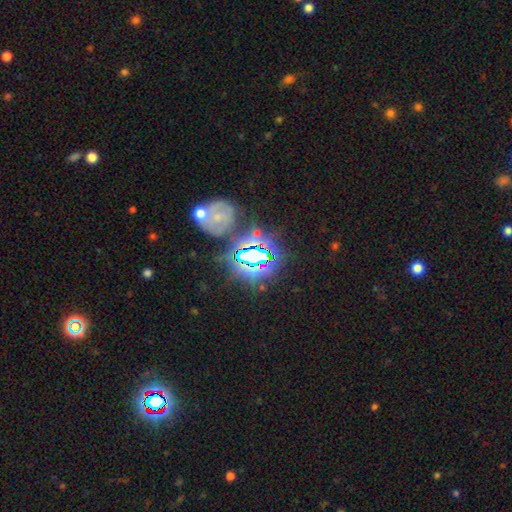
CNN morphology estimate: Smooth or featured? star or artifact (73%)